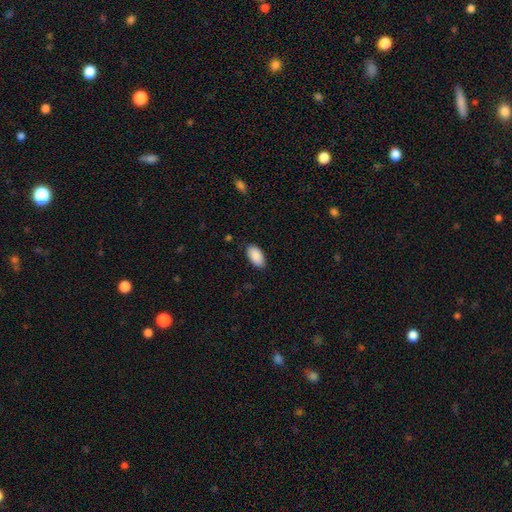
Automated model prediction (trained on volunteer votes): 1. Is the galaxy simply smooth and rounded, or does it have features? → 90% smooth, 6% star or artifact, 4% featured or disk.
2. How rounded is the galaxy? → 95% in between, 2% round, 2% cigar-shaped.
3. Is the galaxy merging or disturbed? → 85% none, 12% minor disturbance, 2% major disturbance, 1% merger.